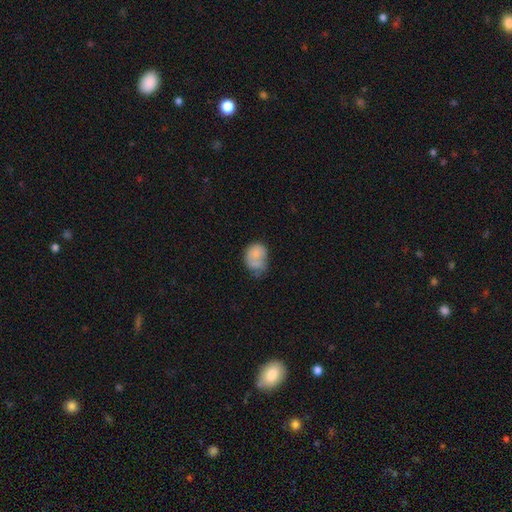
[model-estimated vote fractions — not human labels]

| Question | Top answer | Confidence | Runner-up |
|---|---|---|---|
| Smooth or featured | smooth | 73% | featured or disk (19%) |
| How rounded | in between | 50% | round (49%) |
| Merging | none | 36% | minor disturbance (30%) |